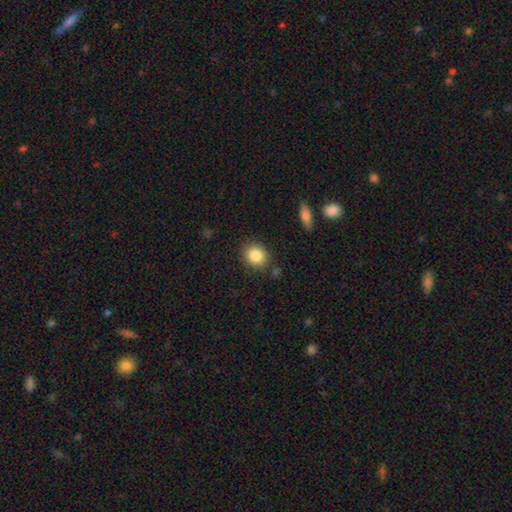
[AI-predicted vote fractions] Q: Smooth or featured?
A: smooth (85%); runner-up: star or artifact (9%)
Q: How rounded?
A: round (68%); runner-up: in between (31%)
Q: Merging?
A: none (84%); runner-up: minor disturbance (10%)